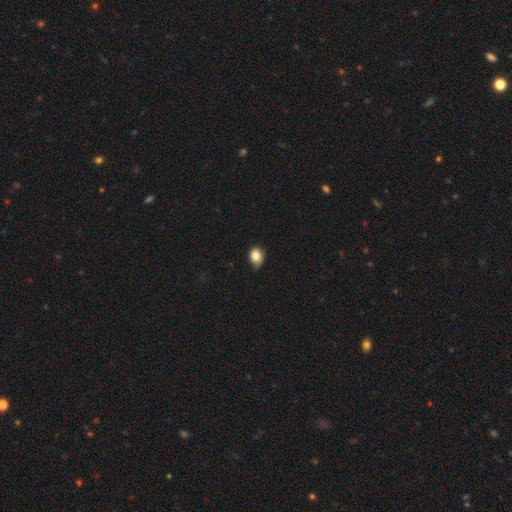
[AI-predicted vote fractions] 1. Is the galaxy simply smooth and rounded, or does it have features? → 84% smooth, 9% star or artifact, 7% featured or disk.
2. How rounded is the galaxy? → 58% in between, 41% round, 1% cigar-shaped.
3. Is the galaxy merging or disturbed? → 66% none, 29% minor disturbance, 4% major disturbance, 1% merger.